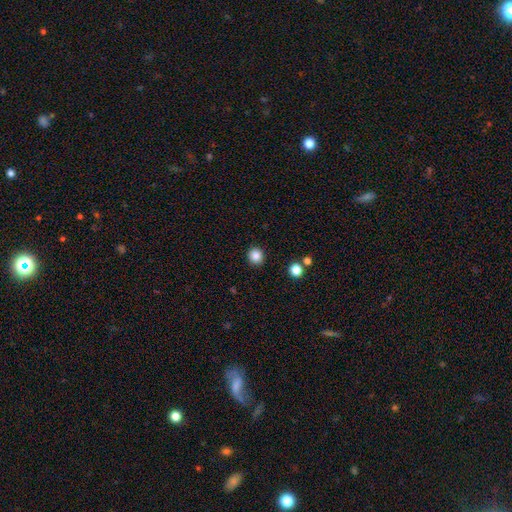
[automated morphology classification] Smooth or featured: smooth — 85% (star or artifact — 11%)
How rounded: round — 88% (in between — 11%)
Merging: none — 91% (minor disturbance — 6%)